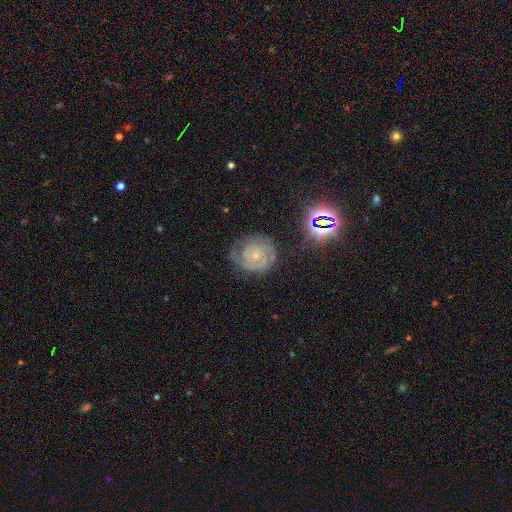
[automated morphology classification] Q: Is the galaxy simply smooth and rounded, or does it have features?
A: featured or disk — 79%.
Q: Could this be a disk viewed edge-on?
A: no — 98%.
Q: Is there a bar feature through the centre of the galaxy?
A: no — 75%.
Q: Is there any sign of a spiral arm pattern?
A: yes — 94%.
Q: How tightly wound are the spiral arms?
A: tight — 72%.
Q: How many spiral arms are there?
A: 2 — 48%.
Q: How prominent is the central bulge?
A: small — 73%.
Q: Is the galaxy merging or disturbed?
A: none — 65%.